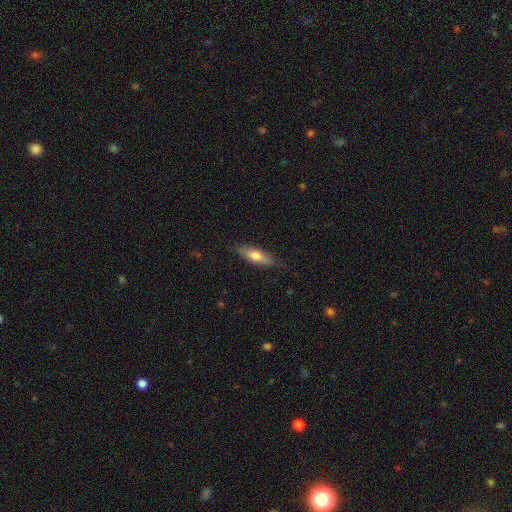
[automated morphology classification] The model was most divided on "how rounded": cigar-shaped: 56%, in between: 42%, round: 2%. More confident: merging — none (83%); smooth or featured — smooth (64%).